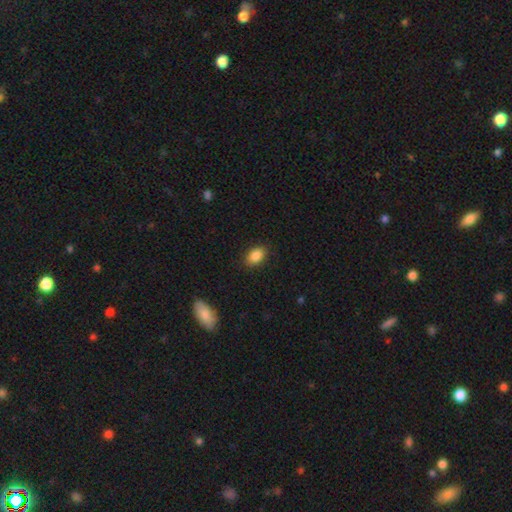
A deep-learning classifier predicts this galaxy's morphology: The model was most divided on "how rounded": in between: 86%, round: 13%, cigar-shaped: 2%. More confident: merging — none (87%); smooth or featured — smooth (87%).